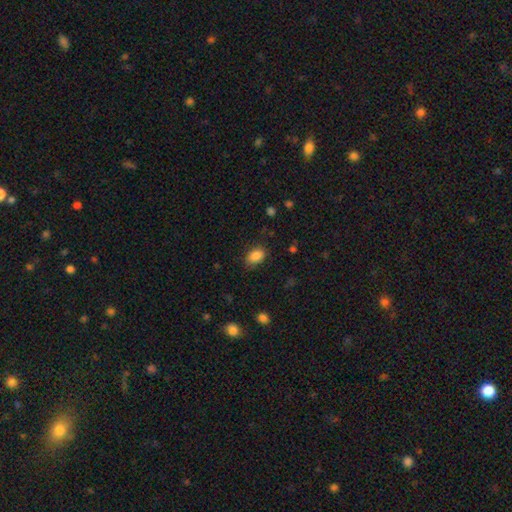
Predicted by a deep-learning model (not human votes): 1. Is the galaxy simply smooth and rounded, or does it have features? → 87% smooth, 9% star or artifact, 5% featured or disk.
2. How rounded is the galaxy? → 87% in between, 12% round, 2% cigar-shaped.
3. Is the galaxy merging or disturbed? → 78% none, 17% minor disturbance, 4% major disturbance, 1% merger.